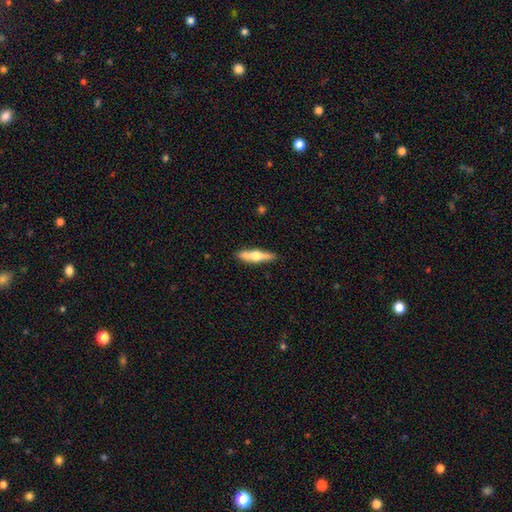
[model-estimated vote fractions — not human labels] This is possibly a featured or disk galaxy (52%). It is clearly viewed edge-on (93%). Merging: clearly none (83%).